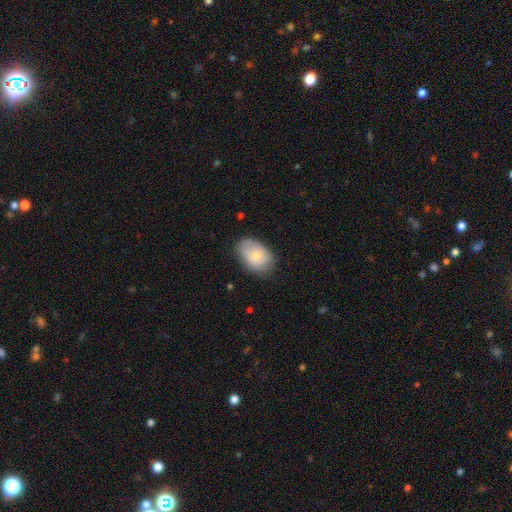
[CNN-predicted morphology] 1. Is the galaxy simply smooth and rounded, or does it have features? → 62% smooth, 31% featured or disk, 7% star or artifact.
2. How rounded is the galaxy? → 83% in between, 15% round, 1% cigar-shaped.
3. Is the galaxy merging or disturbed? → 70% none, 23% minor disturbance, 5% major disturbance, 1% merger.